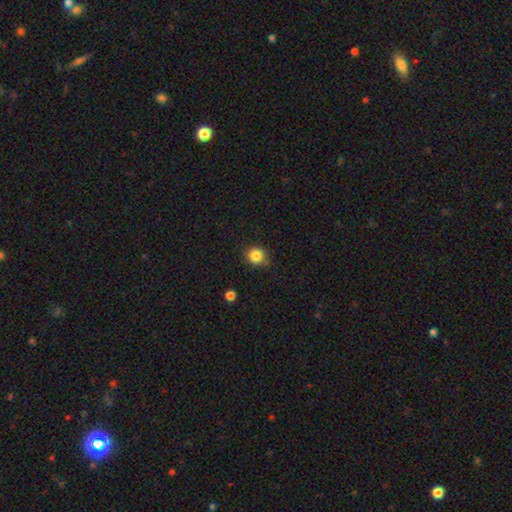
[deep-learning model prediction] The model was most divided on "merging": none: 82%, minor disturbance: 13%, major disturbance: 3%, merger: 2%. More confident: how rounded — round (90%); smooth or featured — smooth (85%).